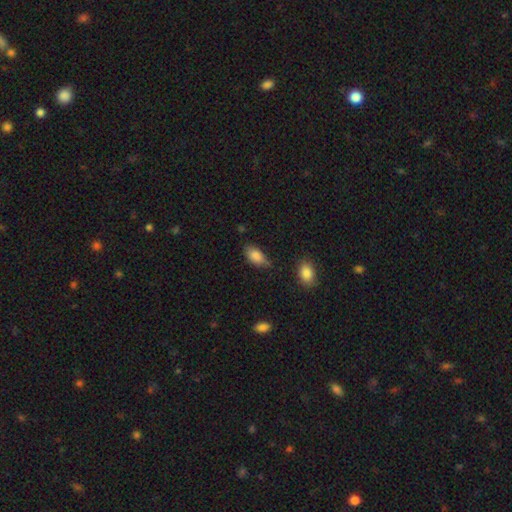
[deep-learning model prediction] Smooth or featured: smooth — 85% (star or artifact — 8%)
How rounded: in between — 91% (cigar-shaped — 5%)
Merging: none — 63% (minor disturbance — 28%)